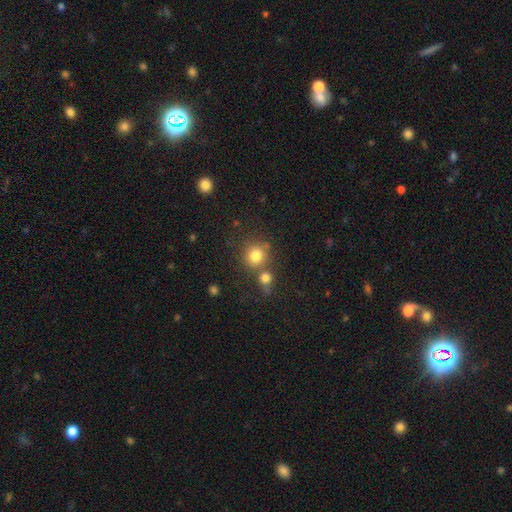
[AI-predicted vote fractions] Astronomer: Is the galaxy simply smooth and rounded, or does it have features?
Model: smooth — 80%.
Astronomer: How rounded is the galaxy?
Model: round — 88%.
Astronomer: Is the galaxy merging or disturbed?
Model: none — 61%.